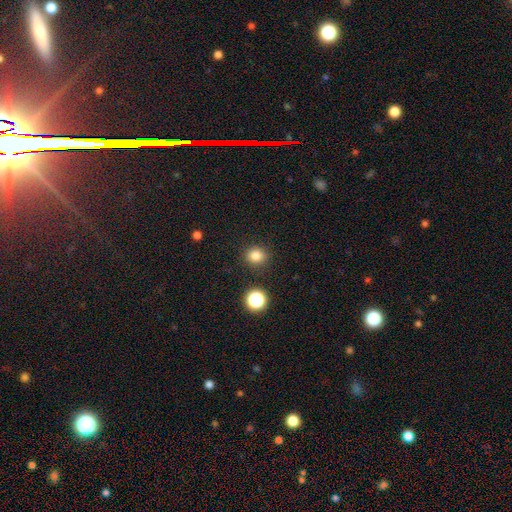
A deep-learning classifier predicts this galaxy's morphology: A smooth galaxy with no disk features (82%) that is round (83%).

Vote fractions:
- Smooth or featured? smooth: 82% / star or artifact: 13% / featured or disk: 4%
- How rounded? round: 83% / in between: 16% / cigar-shaped: 1%
- Merging? none: 89% / minor disturbance: 7% / major disturbance: 2% / merger: 2%